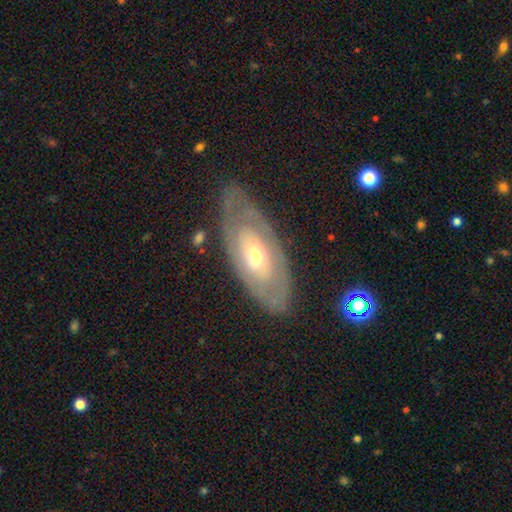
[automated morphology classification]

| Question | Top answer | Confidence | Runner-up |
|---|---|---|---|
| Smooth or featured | featured or disk | 65% | smooth (29%) |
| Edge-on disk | no | 86% | yes (14%) |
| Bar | no | 76% | weak (18%) |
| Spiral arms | no | 54% | yes (46%) |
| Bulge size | moderate | 61% | small (31%) |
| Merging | none | 73% | minor disturbance (17%) |